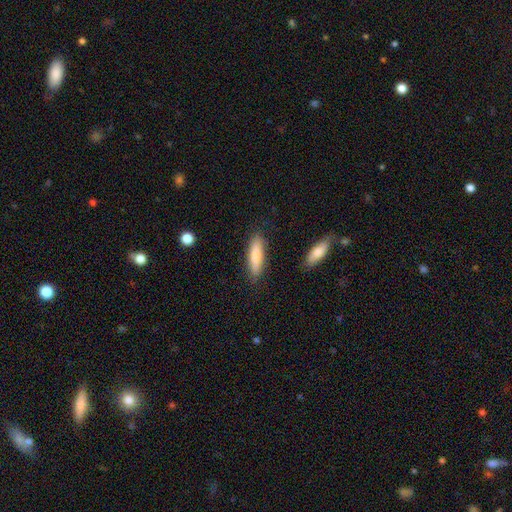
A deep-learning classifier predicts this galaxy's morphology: This appears to be a smooth galaxy with no disk features (79%) that is cigar-shaped (64%). Merging: none (85%).